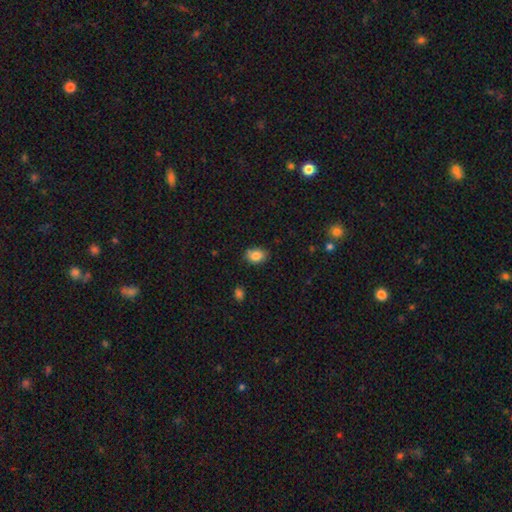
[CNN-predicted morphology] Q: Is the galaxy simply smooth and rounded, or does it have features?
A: smooth — 84%.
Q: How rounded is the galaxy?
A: in between — 69%.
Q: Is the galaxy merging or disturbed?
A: none — 77%.